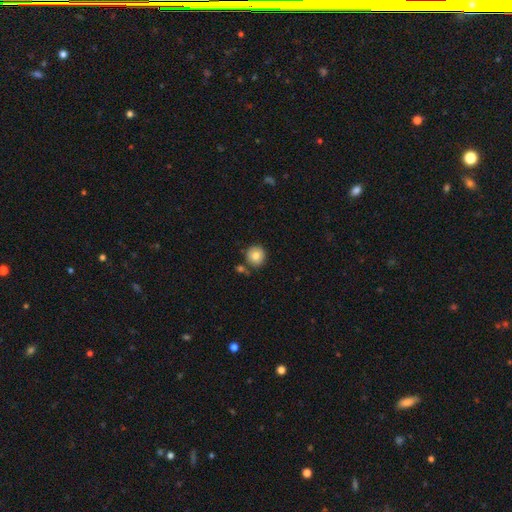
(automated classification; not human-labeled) Smooth or featured? smooth (80%)
How rounded? round (93%)
Merging? none (77%)